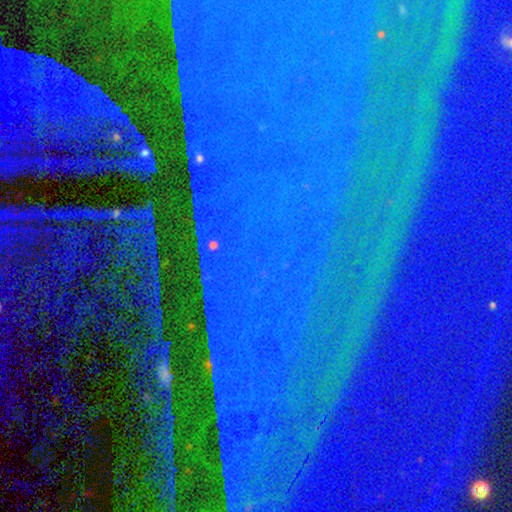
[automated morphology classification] Smooth or featured? Predicted: star or artifact (p=0.90).